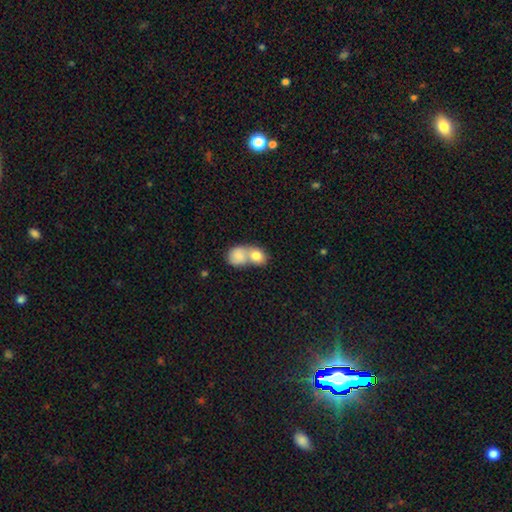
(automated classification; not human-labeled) smooth-or-featured: smooth: 81% | featured or disk: 12% | star or artifact: 6%
  how-rounded: round: 54% | in between: 45% | cigar-shaped: 1%
  merging: merger: 75% | none: 17% | minor disturbance: 5% | major disturbance: 3%